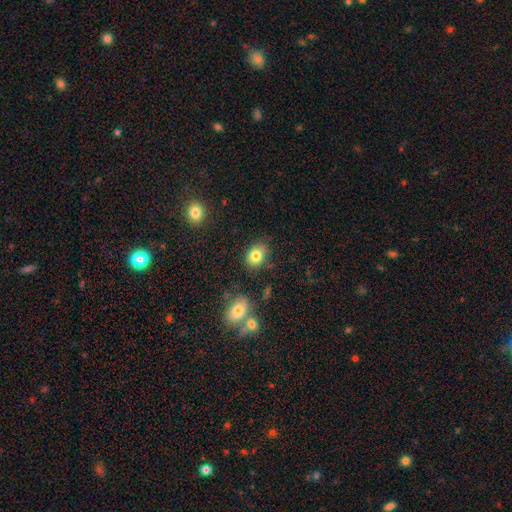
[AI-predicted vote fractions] smooth_or_featured: smooth (p=0.81) [alt: star or artifact p=0.10]
how_rounded: in between (p=0.64) [alt: round p=0.35]
merging: none (p=0.76) [alt: minor disturbance p=0.16]